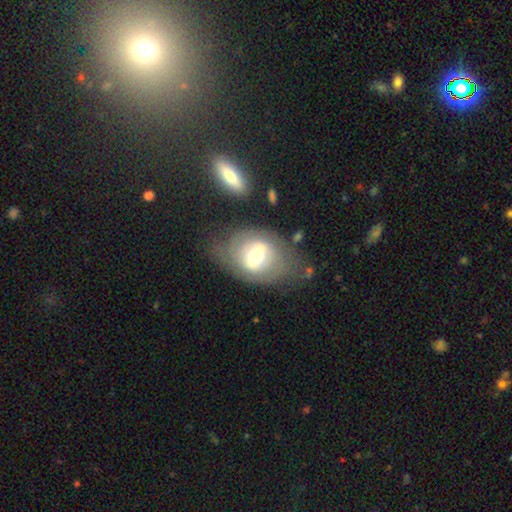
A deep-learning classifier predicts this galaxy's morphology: Smooth or featured? featured or disk (58%)
Edge-on disk? no (92%)
Bar? weak (43%)
Spiral arms? no (53%)
Bulge size? moderate (61%)
Merging? none (58%)